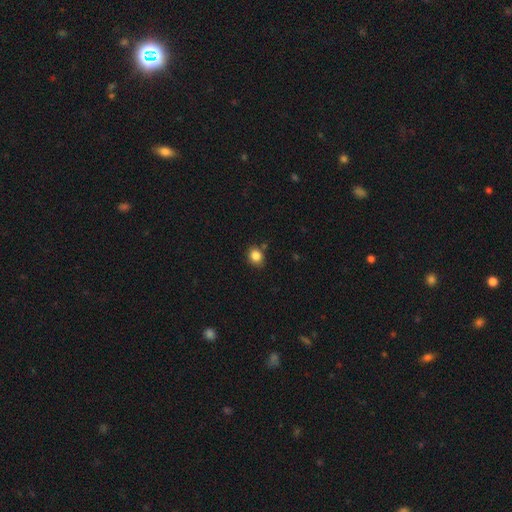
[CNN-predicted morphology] A smooth galaxy with no disk features (84%) that is round (65%). Merging: none (79%).